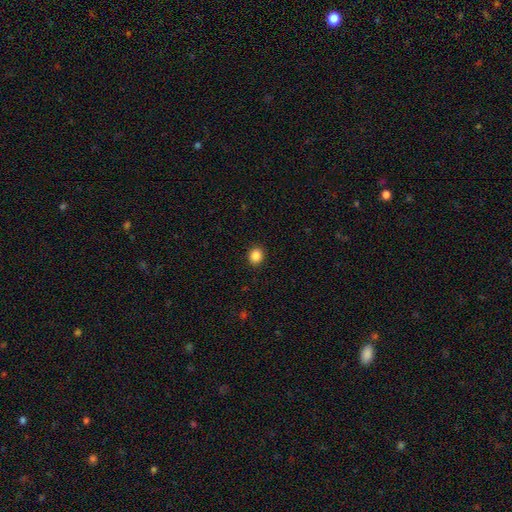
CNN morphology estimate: type=smooth (86%); roundness=round (76%); merging=none (92%).